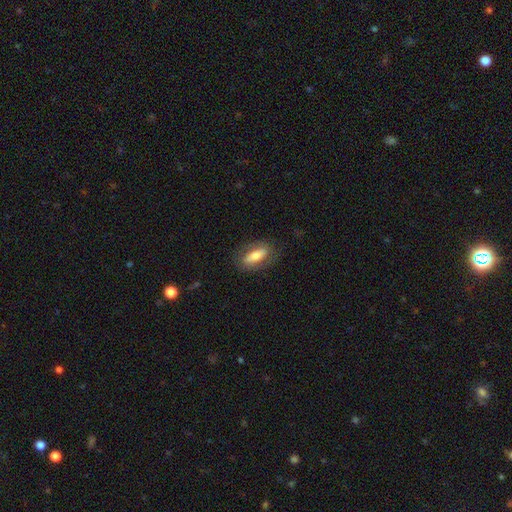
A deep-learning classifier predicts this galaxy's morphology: smooth 61%, featured or disk 32%, star or artifact 6%. Down the decision tree: how rounded — in between (74%); merging — none (79%).